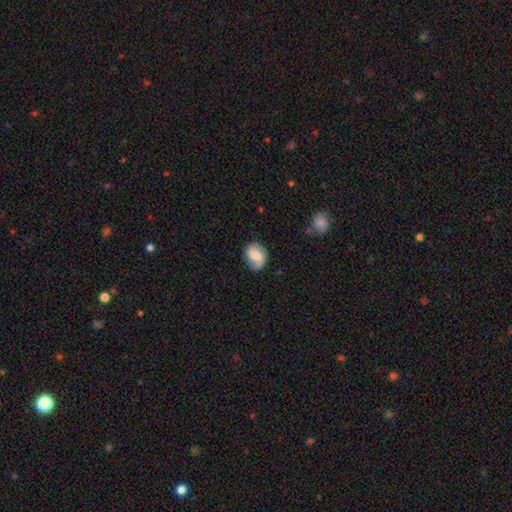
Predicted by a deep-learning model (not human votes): This is possibly a smooth galaxy (49%). Merging: likely none (72%).